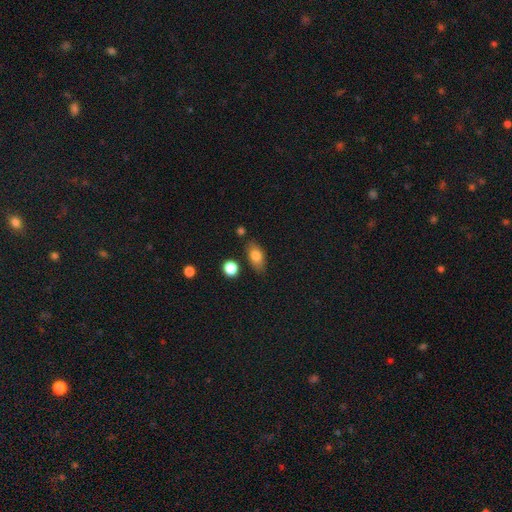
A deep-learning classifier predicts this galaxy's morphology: A smooth galaxy with no disk features (80%) that is in between round and cigar-shaped (85%). Merging: none (76%).